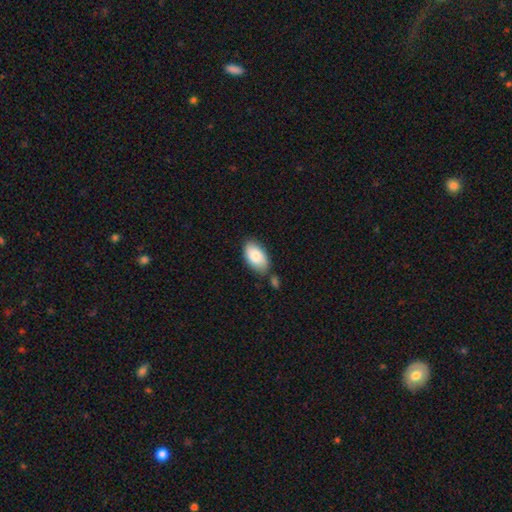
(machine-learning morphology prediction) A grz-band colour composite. It shows a smooth galaxy with no disk features (83%) that is in between round and cigar-shaped (95%). Merging: none (68%).